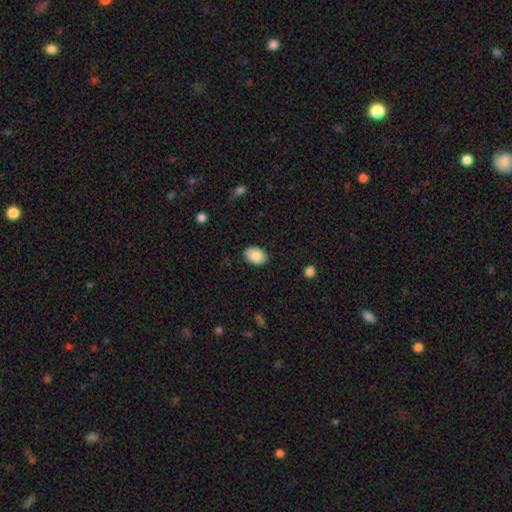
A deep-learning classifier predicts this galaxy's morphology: Smooth or featured?
  - smooth: 86% *
  - featured or disk: 8%
  - star or artifact: 7%
How rounded?
  - in between: 83% *
  - round: 16%
  - cigar-shaped: 1%
Merging?
  - none: 87% *
  - minor disturbance: 10%
  - major disturbance: 2%
  - merger: 1%